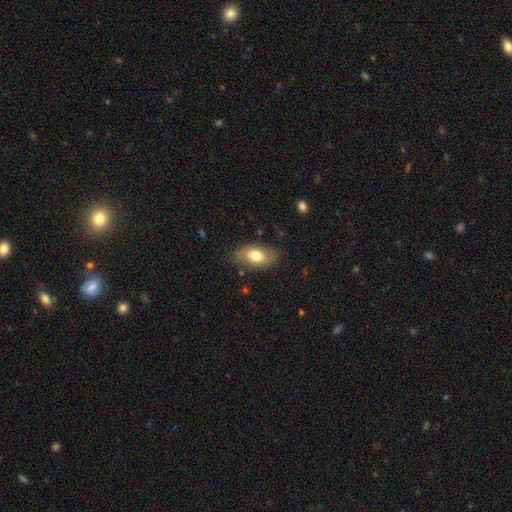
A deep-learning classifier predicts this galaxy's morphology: smooth_or_featured: smooth (p=0.71) [alt: featured or disk p=0.22]
how_rounded: in between (p=0.91) [alt: round p=0.06]
merging: none (p=0.78) [alt: minor disturbance p=0.17]